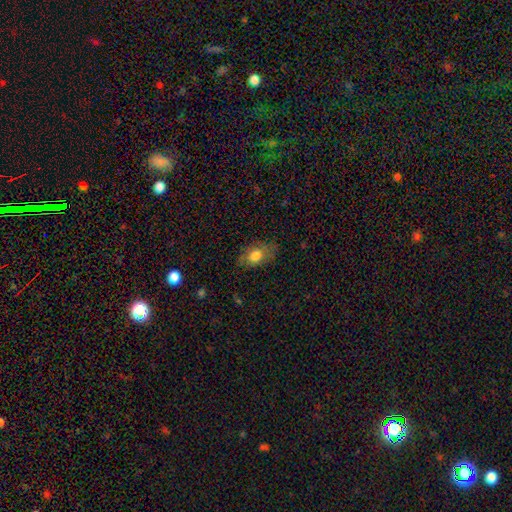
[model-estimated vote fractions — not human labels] The model was most divided on "merging": none: 74%, minor disturbance: 19%, major disturbance: 6%, merger: 1%. More confident: how rounded — in between (84%); smooth or featured — smooth (75%).